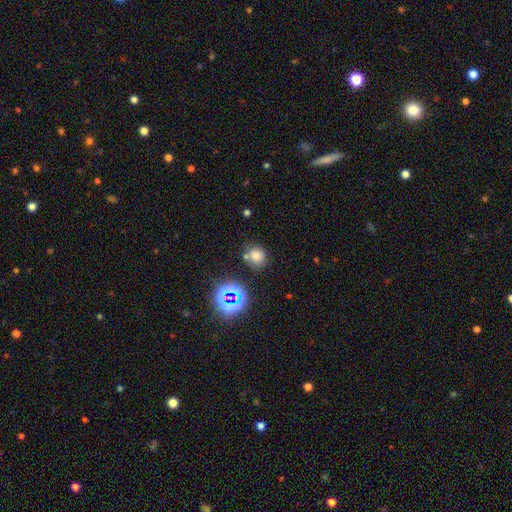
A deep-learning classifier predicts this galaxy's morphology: This appears to be a smooth galaxy with no disk features (70%) that is round (77%). Merging: none (70%).